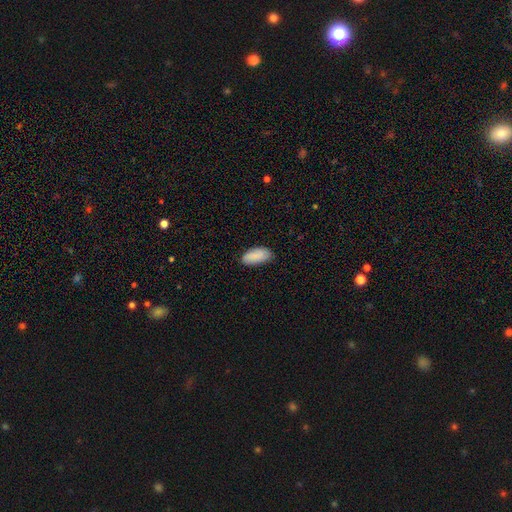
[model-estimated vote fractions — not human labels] A smooth galaxy with no disk features (87%) that is in between round and cigar-shaped (91%). Merging: none (80%).